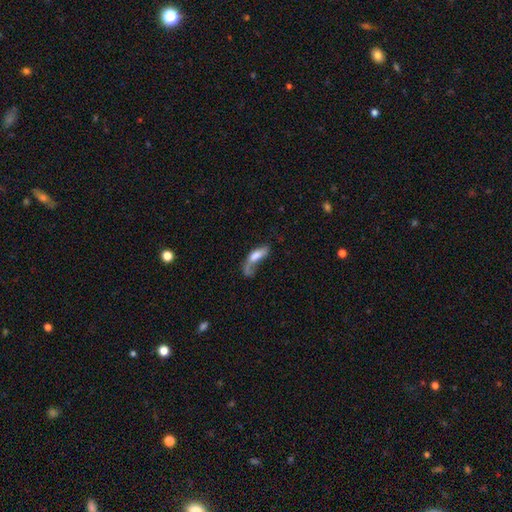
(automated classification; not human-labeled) This is likely a smooth galaxy (61%). How rounded: possibly in between (57%). Merging: marginally major disturbance (42%).